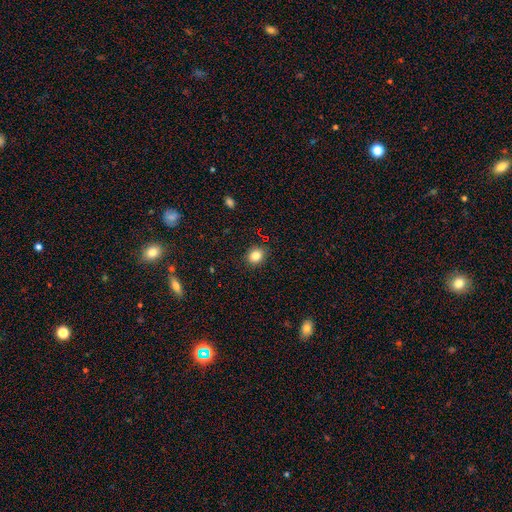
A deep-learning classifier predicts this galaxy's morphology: Smooth or featured?
  - smooth: 83% *
  - star or artifact: 11%
  - featured or disk: 6%
How rounded?
  - round: 71% *
  - in between: 28%
  - cigar-shaped: 1%
Merging?
  - none: 89% *
  - minor disturbance: 8%
  - major disturbance: 2%
  - merger: 1%